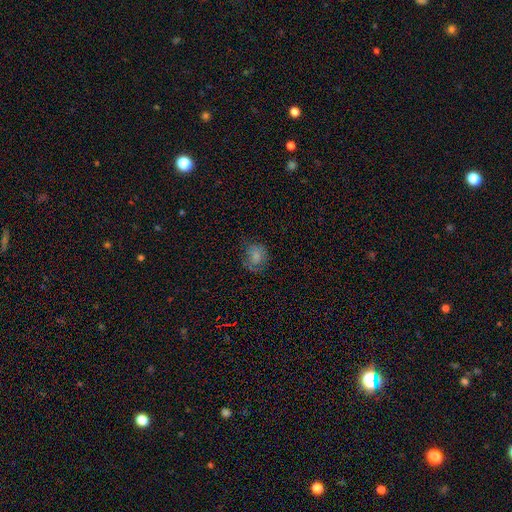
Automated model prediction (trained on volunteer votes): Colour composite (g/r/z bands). It shows a smooth galaxy with no disk features (68%) that is round (62%). Merging: none (62%).